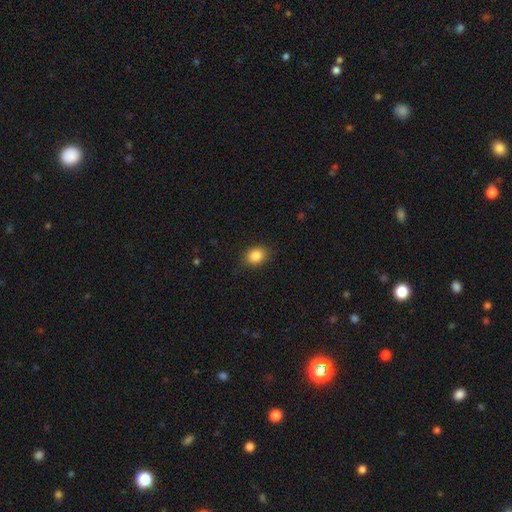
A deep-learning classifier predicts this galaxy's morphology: Smooth or featured?
  - smooth: 86% *
  - star or artifact: 10%
  - featured or disk: 5%
How rounded?
  - in between: 50% *
  - round: 49%
  - cigar-shaped: 1%
Merging?
  - none: 84% *
  - minor disturbance: 12%
  - major disturbance: 3%
  - merger: 1%